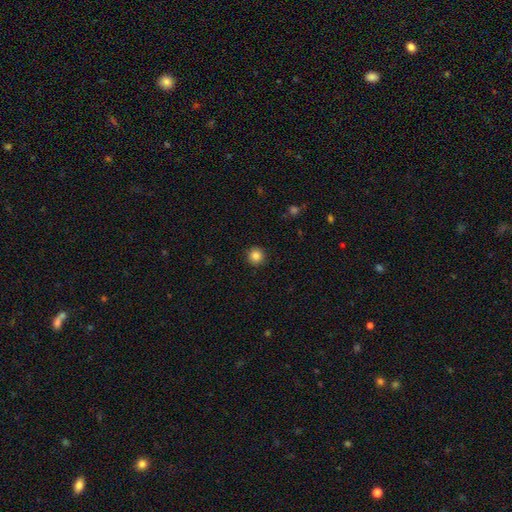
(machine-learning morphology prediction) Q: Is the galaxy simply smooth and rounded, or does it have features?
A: smooth — 85%.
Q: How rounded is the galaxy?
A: round — 94%.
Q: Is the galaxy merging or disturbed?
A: none — 91%.